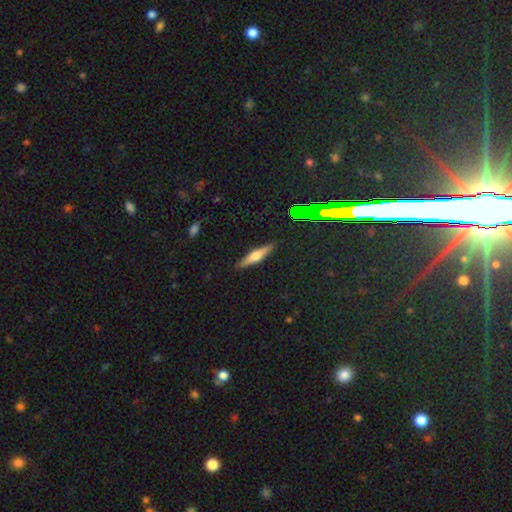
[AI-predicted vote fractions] Smooth or featured: featured or disk — 48% (smooth — 43%)
Merging: none — 89% (minor disturbance — 8%)